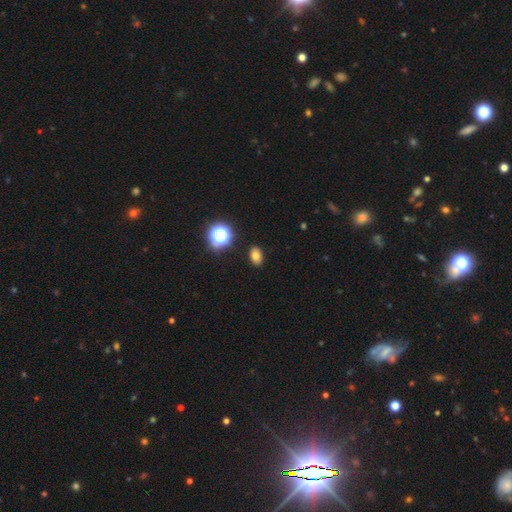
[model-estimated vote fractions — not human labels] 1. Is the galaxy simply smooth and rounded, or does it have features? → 77% smooth, 16% star or artifact, 7% featured or disk.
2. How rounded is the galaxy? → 81% in between, 17% round, 1% cigar-shaped.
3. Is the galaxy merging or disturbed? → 89% none, 7% minor disturbance, 2% major disturbance, 1% merger.